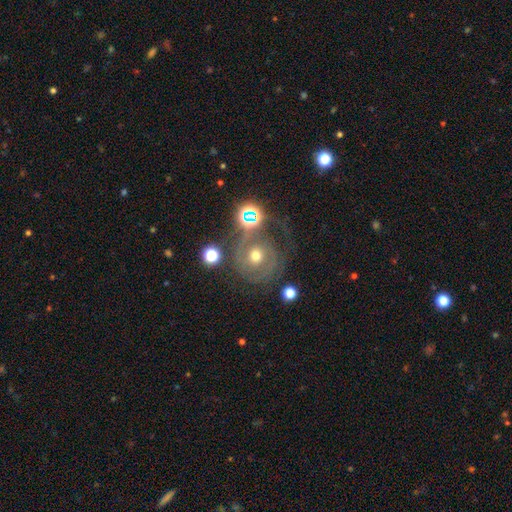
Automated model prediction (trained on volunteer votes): A featured or disk galaxy (55%) with no bar (80%), spiral arms (72%) and a moderate central bulge (68%).

Vote fractions:
- Smooth or featured? featured or disk: 55% / smooth: 28% / star or artifact: 17%
- Edge-on disk? no: 96% / yes: 4%
- Bar? no: 80% / weak: 16% / strong: 5%
- Spiral arms? yes: 72% / no: 28%
- Bulge size? moderate: 68% / small: 21% / large: 8% / dominant: 2% / none: 2%
- Merging? none: 53% / major disturbance: 21% / minor disturbance: 17% / merger: 9%